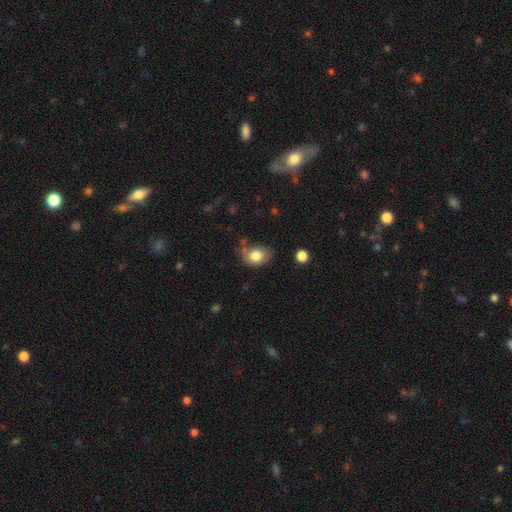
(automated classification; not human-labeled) smooth_or_featured: smooth (p=0.82) [alt: featured or disk p=0.09]
how_rounded: in between (p=0.65) [alt: round p=0.34]
merging: none (p=0.65) [alt: minor disturbance p=0.24]